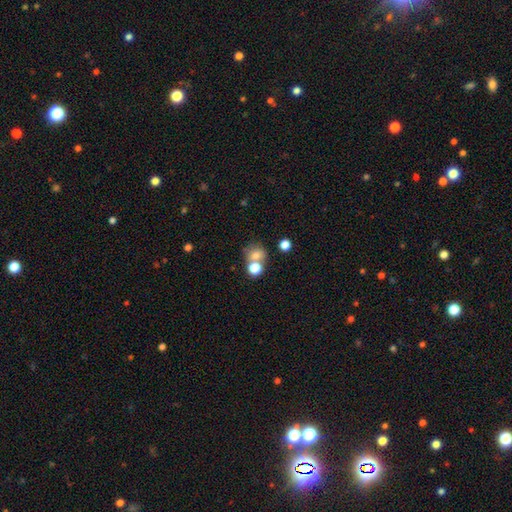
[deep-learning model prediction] Smooth or featured: smooth — 72% (star or artifact — 15%)
How rounded: round — 73% (in between — 26%)
Merging: none — 48% (merger — 38%)